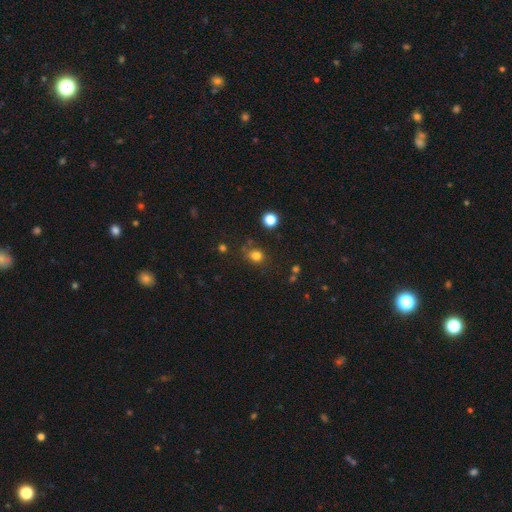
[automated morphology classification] smooth 79%, star or artifact 16%, featured or disk 5%. Down the decision tree: how rounded — round (73%); merging — none (76%).